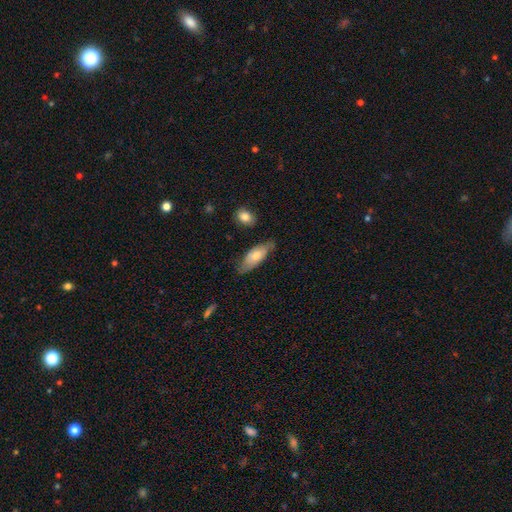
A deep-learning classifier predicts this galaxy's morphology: Overall: smooth (65%; featured or disk 29%). How rounded: in between (74%). Merging: none (67%).